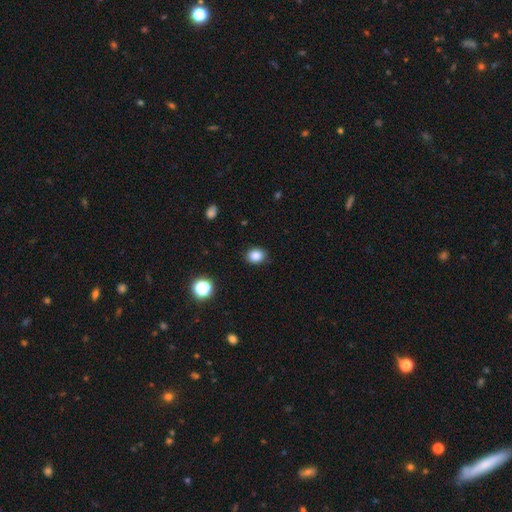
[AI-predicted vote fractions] Morphology: type=smooth (85%); roundness=round (57%); merging=none (87%).